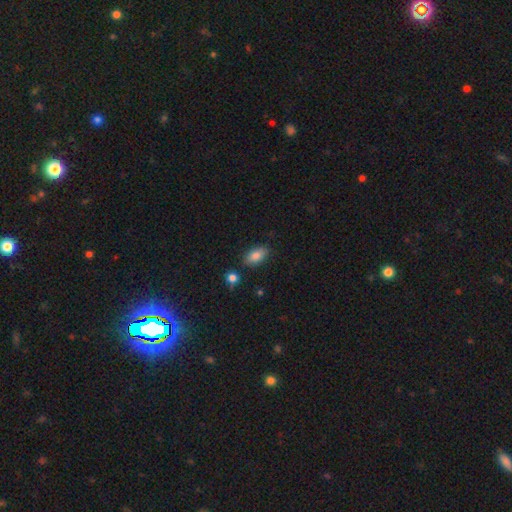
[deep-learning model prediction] Smooth or featured? Predicted: smooth (p=0.83). How rounded? Predicted: in between (p=0.91). Merging? Predicted: none (p=0.83).